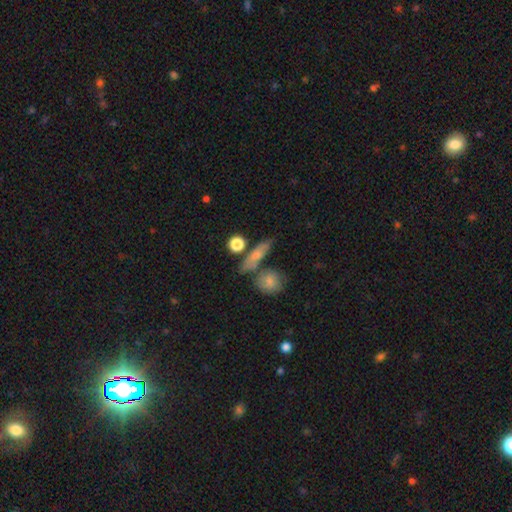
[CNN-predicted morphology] smooth-or-featured: smooth: 70% | featured or disk: 21% | star or artifact: 10%
  how-rounded: cigar-shaped: 47% | in between: 32% | round: 20%
  merging: none: 66% | merger: 17% | minor disturbance: 13% | major disturbance: 5%